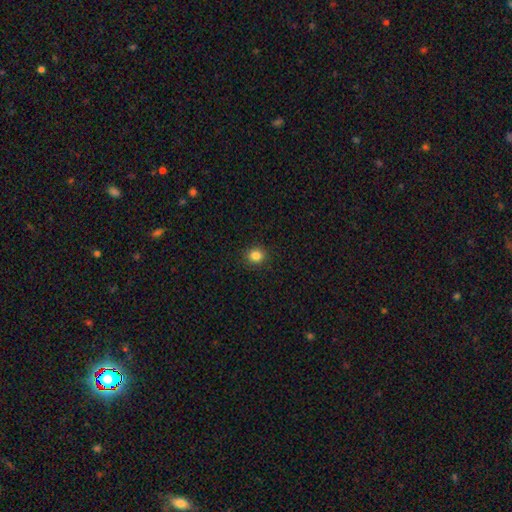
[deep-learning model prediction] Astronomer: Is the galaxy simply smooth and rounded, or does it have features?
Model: smooth — 84%.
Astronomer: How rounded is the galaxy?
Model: round — 83%.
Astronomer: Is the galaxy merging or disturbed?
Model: none — 92%.